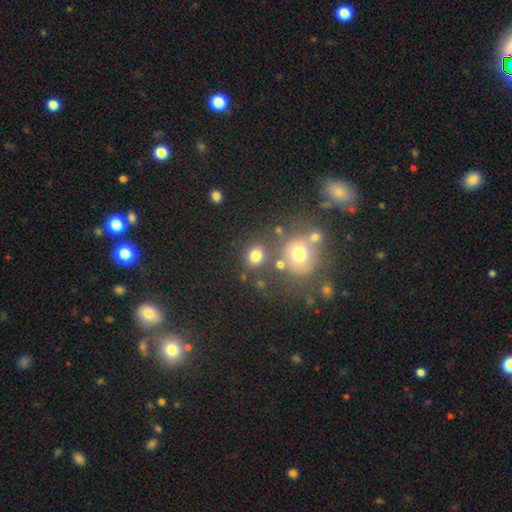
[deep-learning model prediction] Q: Smooth or featured?
A: smooth (76%); runner-up: star or artifact (16%)
Q: How rounded?
A: round (78%); runner-up: in between (21%)
Q: Merging?
A: none (73%); runner-up: merger (13%)